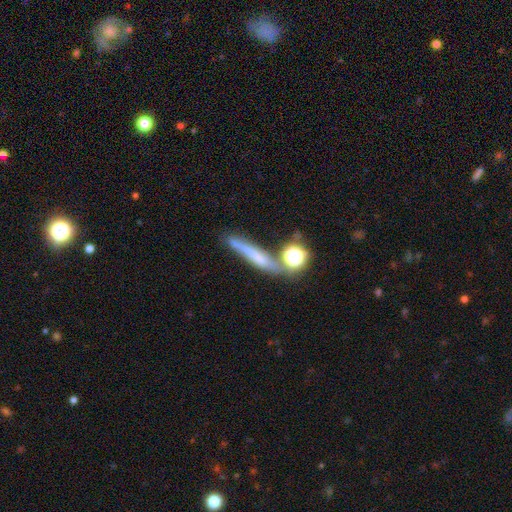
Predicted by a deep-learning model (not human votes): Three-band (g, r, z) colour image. It shows a smooth galaxy with no disk features (51%) that is cigar-shaped (72%). Merging: none (58%).